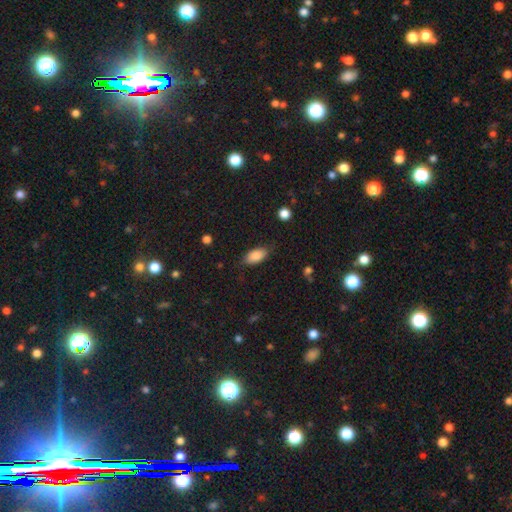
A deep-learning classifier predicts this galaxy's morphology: Overall: smooth (85%). How rounded: in between (92%). Merging: none (76%).